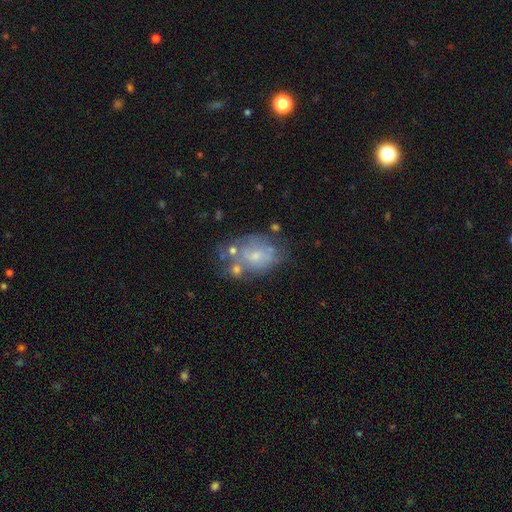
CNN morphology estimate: Overall: featured or disk (49%; smooth 38%). Merging: none (43%; minor disturbance 24%).